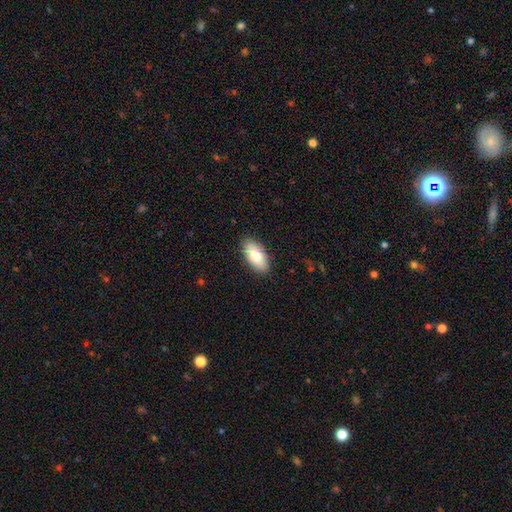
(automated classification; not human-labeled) Smooth or featured? Predicted: smooth (p=0.77). How rounded? Predicted: in between (p=0.89). Merging? Predicted: none (p=0.88).